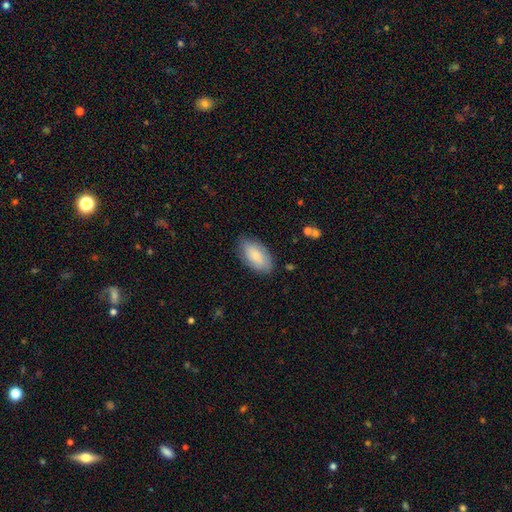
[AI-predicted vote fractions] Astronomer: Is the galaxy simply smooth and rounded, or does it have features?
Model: smooth — 75%.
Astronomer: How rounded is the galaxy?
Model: in between — 94%.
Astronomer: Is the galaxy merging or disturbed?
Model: none — 79%.